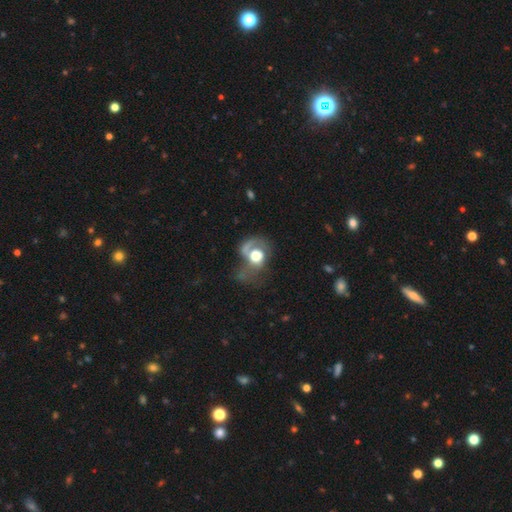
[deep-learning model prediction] A featured or disk galaxy (51%). Merging: major disturbance (51%).